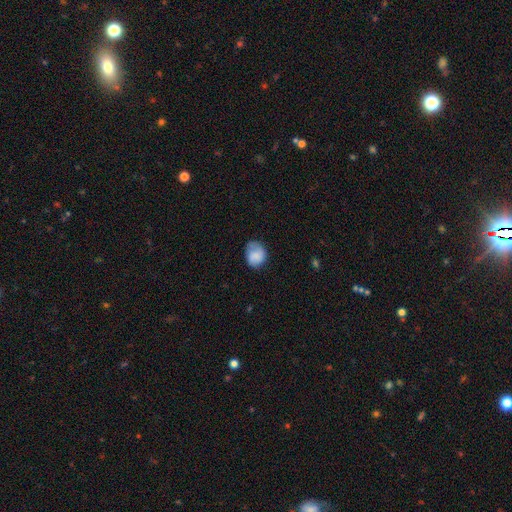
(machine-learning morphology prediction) Smooth or featured?
  - smooth: 78% *
  - featured or disk: 14%
  - star or artifact: 8%
How rounded?
  - round: 61% *
  - in between: 38%
  - cigar-shaped: 1%
Merging?
  - none: 54% *
  - minor disturbance: 32%
  - major disturbance: 12%
  - merger: 2%